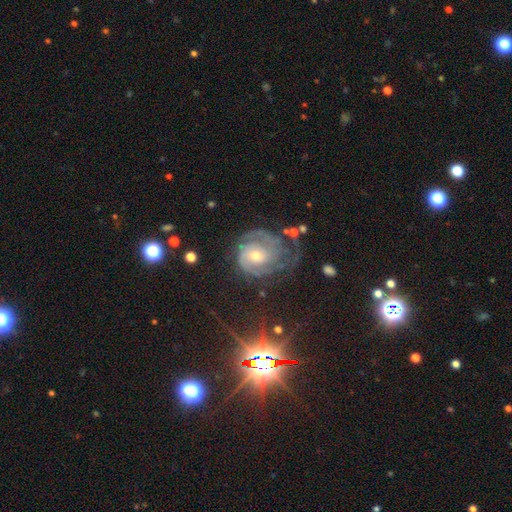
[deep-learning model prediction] This is likely a featured or disk galaxy (80%). It is clearly not viewed edge-on (98%). Bar: likely no (68%). Spiral arm pattern: clearly yes (94%). Spiral arm count: marginally can't tell (31%, tied with 2). Spiral winding: likely tight (61%). Central bulge: possibly moderate (50%). Merging: possibly none (56%).